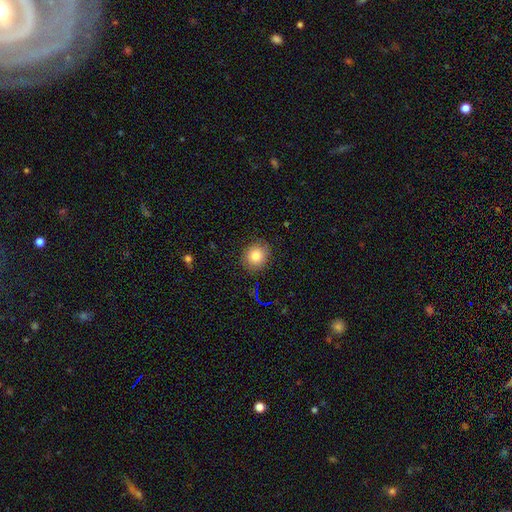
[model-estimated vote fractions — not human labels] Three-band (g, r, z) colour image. It shows a smooth galaxy with no disk features (82%) that is round (79%). Merging: none (87%).